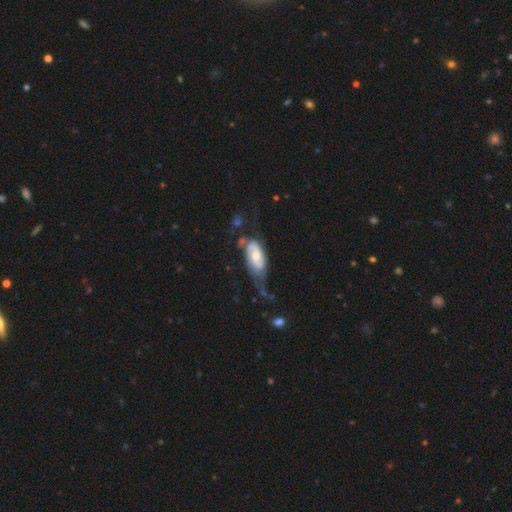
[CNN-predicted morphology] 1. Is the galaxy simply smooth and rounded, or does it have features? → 66% featured or disk, 29% smooth, 6% star or artifact.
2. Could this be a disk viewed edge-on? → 92% no, 8% yes.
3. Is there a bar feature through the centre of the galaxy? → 60% no, 31% weak, 10% strong.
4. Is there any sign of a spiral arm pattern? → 80% yes, 20% no.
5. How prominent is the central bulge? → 64% moderate, 25% small, 8% large, 2% none, 1% dominant.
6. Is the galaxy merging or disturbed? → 31% none (tied), 31% minor disturbance (tied), 28% major disturbance, 10% merger.